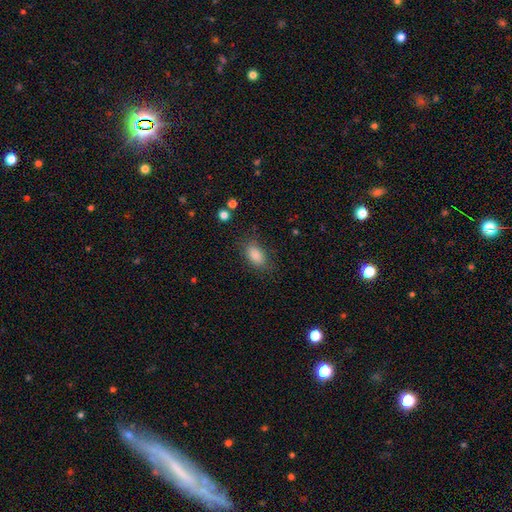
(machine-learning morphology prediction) Smooth or featured: smooth — 86% (star or artifact — 9%)
How rounded: in between — 90% (round — 7%)
Merging: none — 78% (minor disturbance — 15%)